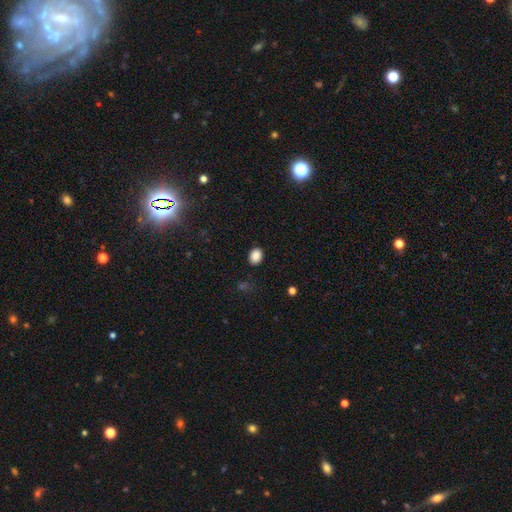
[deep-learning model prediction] A smooth galaxy with no disk features (88%) that is in between round and cigar-shaped (61%).

Vote fractions:
- Smooth or featured? smooth: 88% / star or artifact: 9% / featured or disk: 3%
- How rounded? in between: 61% / round: 38% / cigar-shaped: 1%
- Merging? none: 86% / minor disturbance: 10% / major disturbance: 3% / merger: 1%